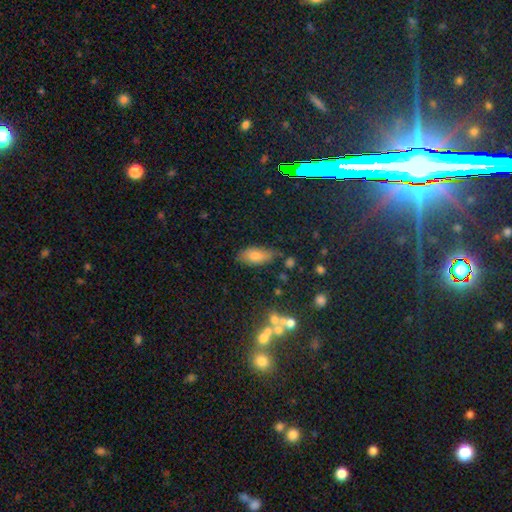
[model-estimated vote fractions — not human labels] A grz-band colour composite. It shows a smooth galaxy with no disk features (74%) that is in between round and cigar-shaped (88%). Merging: none (63%).